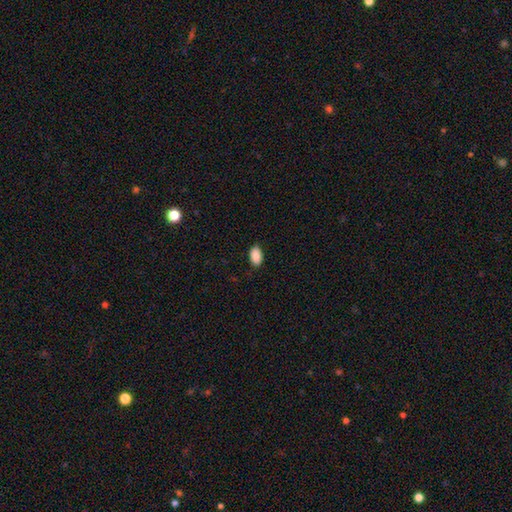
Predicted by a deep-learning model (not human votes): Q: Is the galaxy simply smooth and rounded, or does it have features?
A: smooth — 89%.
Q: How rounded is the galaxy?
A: in between — 92%.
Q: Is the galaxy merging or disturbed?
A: none — 84%.